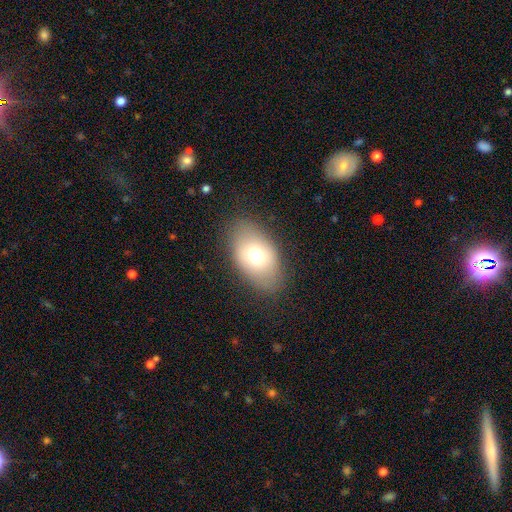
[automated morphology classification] smooth_or_featured: smooth (p=0.73) [alt: featured or disk p=0.18]
how_rounded: in between (p=0.89) [alt: round p=0.10]
merging: none (p=0.80) [alt: minor disturbance p=0.14]